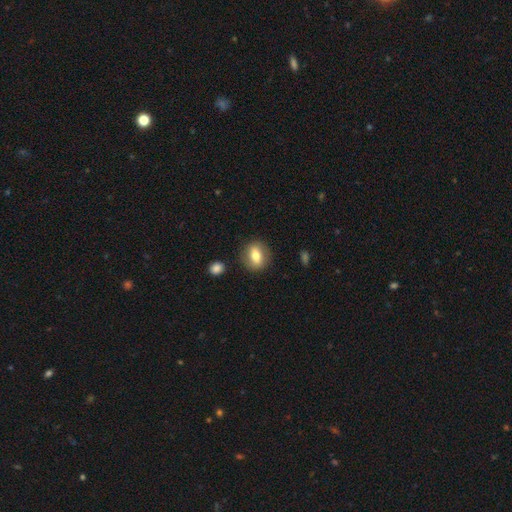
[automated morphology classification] Q: Smooth or featured?
A: smooth (67%); runner-up: featured or disk (25%)
Q: How rounded?
A: round (50%); runner-up: in between (47%)
Q: Merging?
A: none (85%); runner-up: minor disturbance (9%)